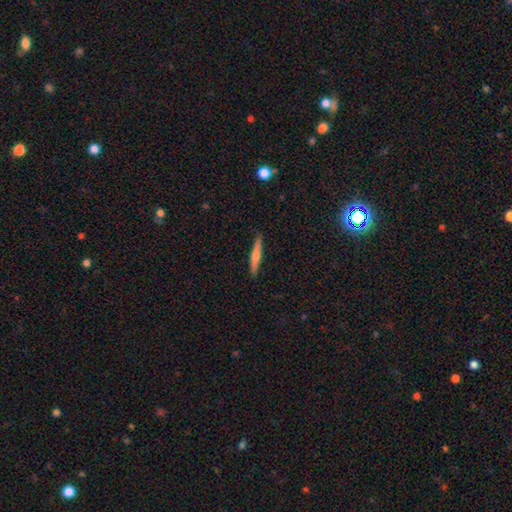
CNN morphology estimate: A featured or disk galaxy (48%).

Vote fractions:
- Smooth or featured? featured or disk: 48% / smooth: 46% / star or artifact: 6%
- Merging? none: 91% / minor disturbance: 7% / major disturbance: 1% / merger: 1%